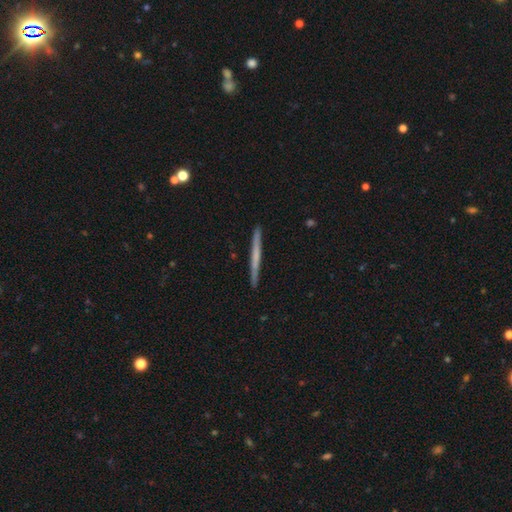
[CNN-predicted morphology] A featured or disk galaxy (49%). Merging: none (92%).